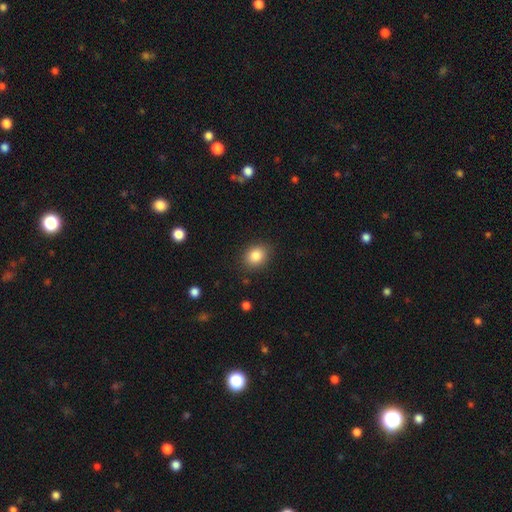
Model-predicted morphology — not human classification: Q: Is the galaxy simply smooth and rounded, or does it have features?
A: smooth — 84%.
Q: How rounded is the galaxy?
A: round — 51%.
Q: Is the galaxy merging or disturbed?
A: none — 85%.